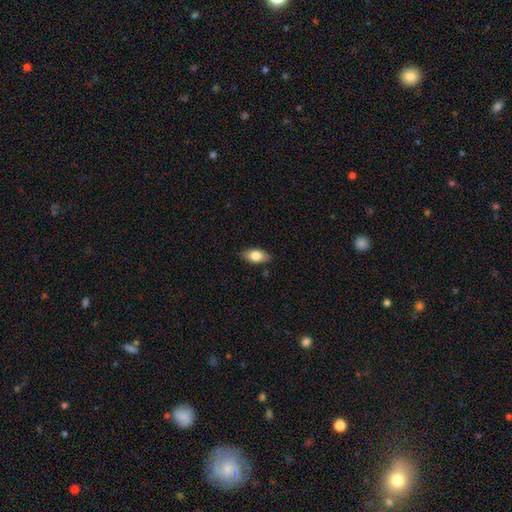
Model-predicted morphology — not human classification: The model was most divided on "smooth or featured": smooth: 80%, featured or disk: 13%, star or artifact: 7%. More confident: how rounded — in between (89%); merging — none (84%).